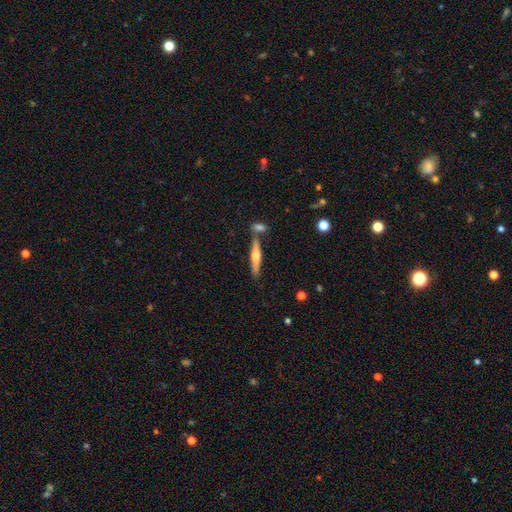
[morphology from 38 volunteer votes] Q: Smooth or featured?
A: featured or disk (63%); runner-up: smooth (32%)
Q: Edge-on disk?
A: yes (100%)
Q: Edge-on bulge?
A: rounded (83%); runner-up: boxy (17%)
Q: Merging?
A: none (78%); runner-up: merger (14%)